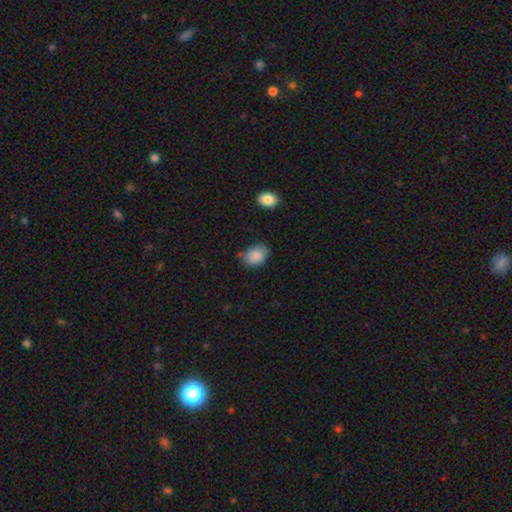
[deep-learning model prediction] Morphology: type=smooth (88%); roundness=in between (78%); merging=none (72%).